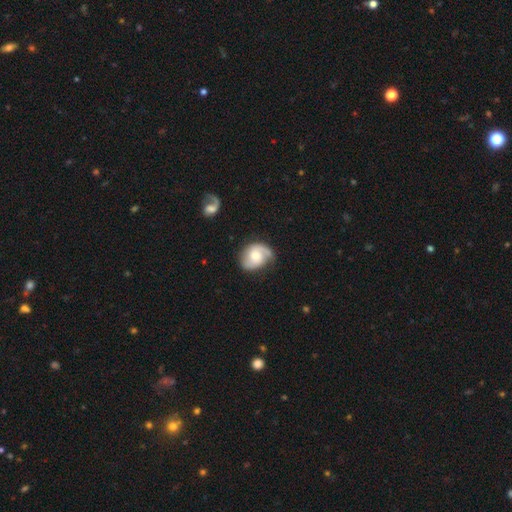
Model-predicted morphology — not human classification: Smooth or featured? featured or disk (73%)
Edge-on disk? no (98%)
Bar? no (66%)
Spiral arms? yes (93%)
Spiral winding? medium (43%)
Spiral arm count? 2 (72%)
Bulge size? moderate (63%)
Merging? none (63%)